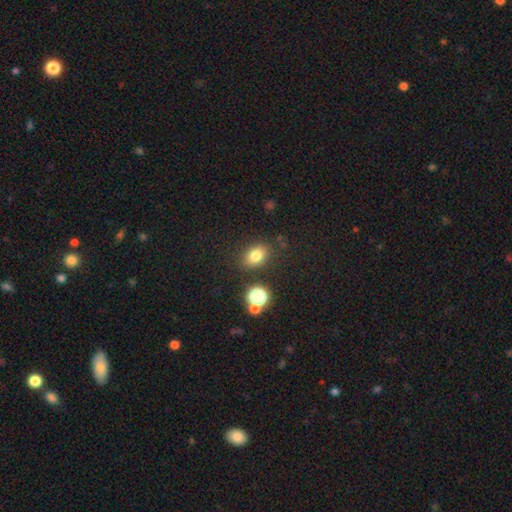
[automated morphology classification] Smooth or featured? Predicted: smooth (p=0.78). How rounded? Predicted: in between (p=0.72). Merging? Predicted: none (p=0.81).